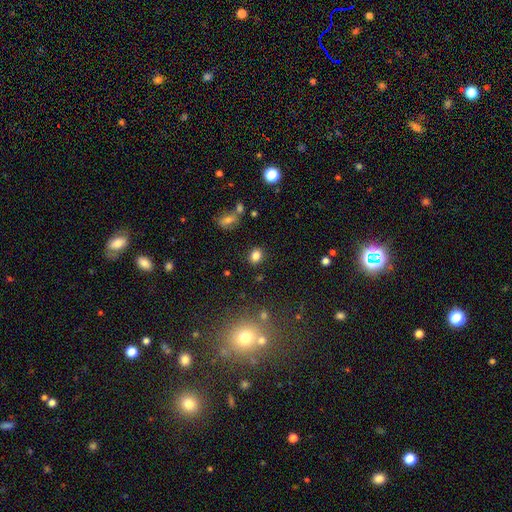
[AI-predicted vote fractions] Smooth or featured?
  - smooth: 82% *
  - star or artifact: 12%
  - featured or disk: 5%
How rounded?
  - in between: 51% *
  - round: 48%
  - cigar-shaped: 1%
Merging?
  - none: 85% *
  - minor disturbance: 9%
  - major disturbance: 3%
  - merger: 3%